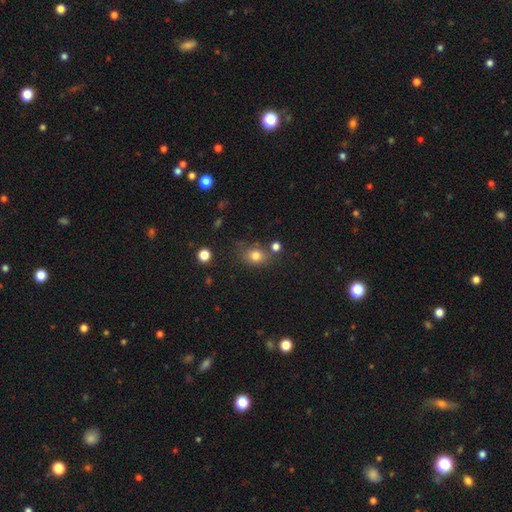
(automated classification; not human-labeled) Overall: smooth (78%). How rounded: round (53%; in between 45%). Merging: none (67%).